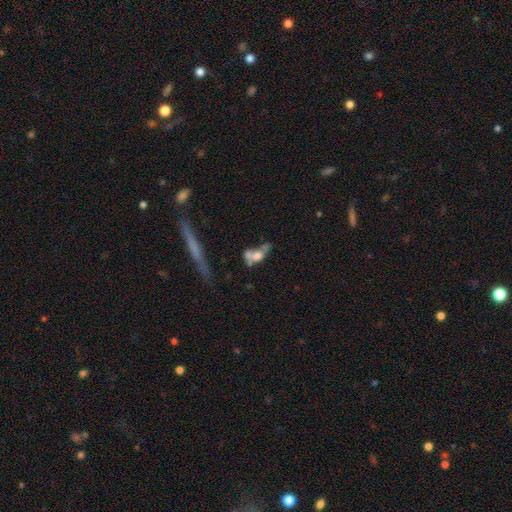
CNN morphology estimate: A smooth galaxy with no disk features (50%).

Vote fractions:
- Smooth or featured? smooth: 50% / featured or disk: 39% / star or artifact: 11%
- Merging? merger: 50% / none: 20% / major disturbance: 18% / minor disturbance: 12%